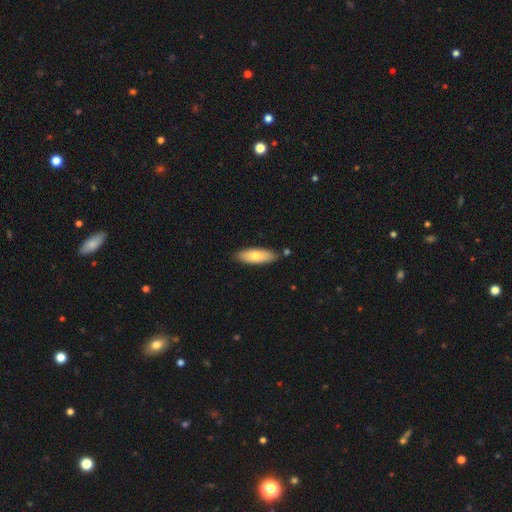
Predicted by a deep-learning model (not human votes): Overall: smooth (71%). How rounded: in between (68%; cigar-shaped 30%). Merging: none (84%).